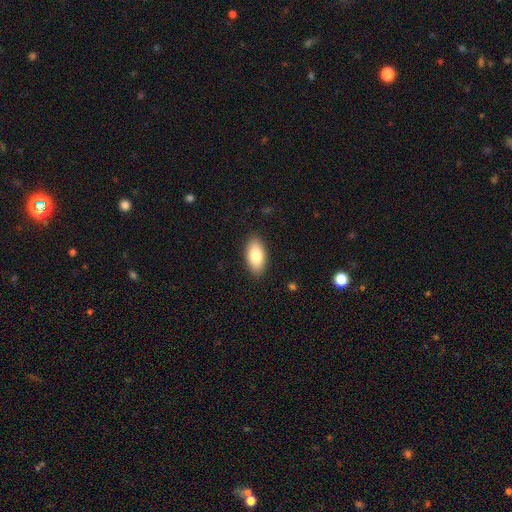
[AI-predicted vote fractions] Smooth or featured?
  - smooth: 82% *
  - featured or disk: 11%
  - star or artifact: 6%
How rounded?
  - in between: 93% *
  - cigar-shaped: 5%
  - round: 3%
Merging?
  - none: 89% *
  - minor disturbance: 8%
  - major disturbance: 2%
  - merger: 1%